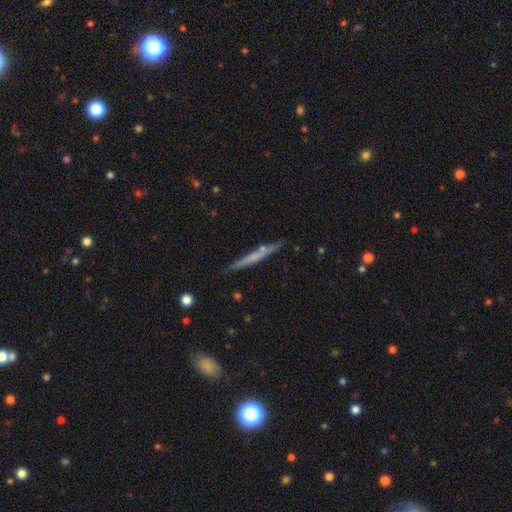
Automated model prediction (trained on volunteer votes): Smooth or featured? featured or disk (49%)
Merging? none (85%)